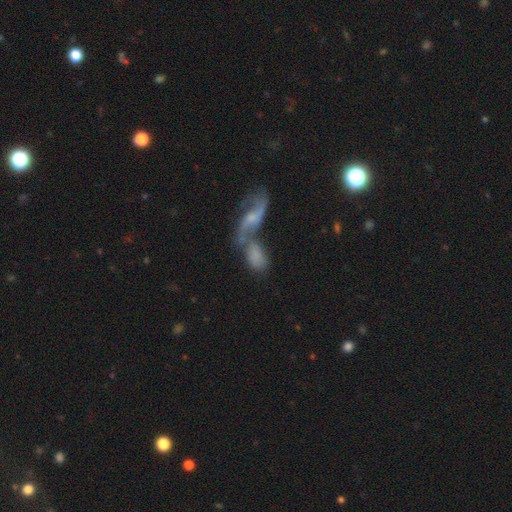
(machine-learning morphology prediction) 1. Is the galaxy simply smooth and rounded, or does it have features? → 59% smooth, 33% featured or disk, 9% star or artifact.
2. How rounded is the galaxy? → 86% in between, 7% cigar-shaped, 6% round.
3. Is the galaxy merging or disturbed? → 62% merger, 20% none, 10% minor disturbance, 9% major disturbance.